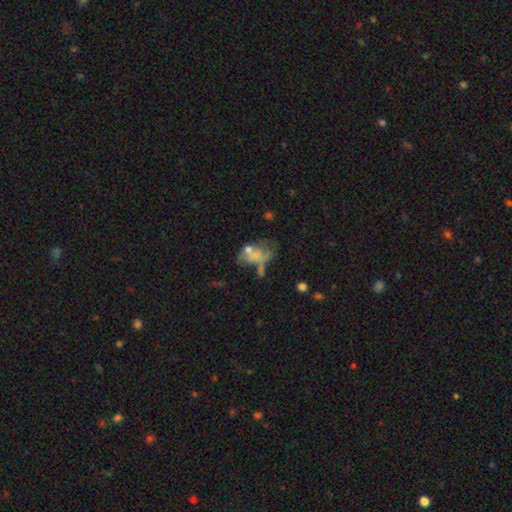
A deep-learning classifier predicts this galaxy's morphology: Q: Smooth or featured?
A: smooth (47%); runner-up: featured or disk (41%)
Q: Merging?
A: merger (32%); runner-up: major disturbance (31%)